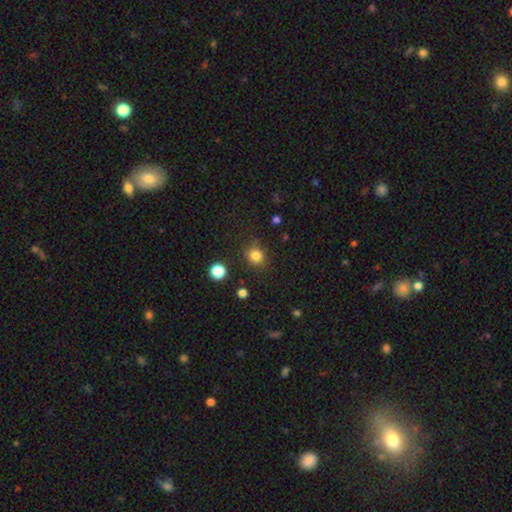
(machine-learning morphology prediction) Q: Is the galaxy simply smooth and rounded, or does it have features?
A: smooth — 83%.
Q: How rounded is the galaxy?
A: round — 83%.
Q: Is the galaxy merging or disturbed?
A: none — 82%.